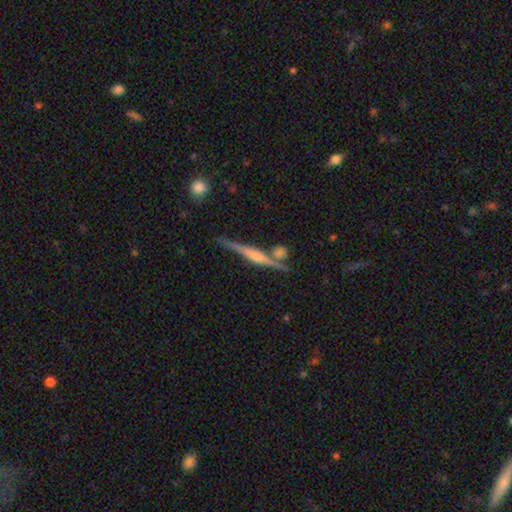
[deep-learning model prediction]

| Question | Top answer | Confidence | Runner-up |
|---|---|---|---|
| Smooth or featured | featured or disk | 78% | smooth (15%) |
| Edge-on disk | yes | 97% | no (3%) |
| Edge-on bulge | rounded | 75% | none (14%) |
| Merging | none | 76% | minor disturbance (12%) |